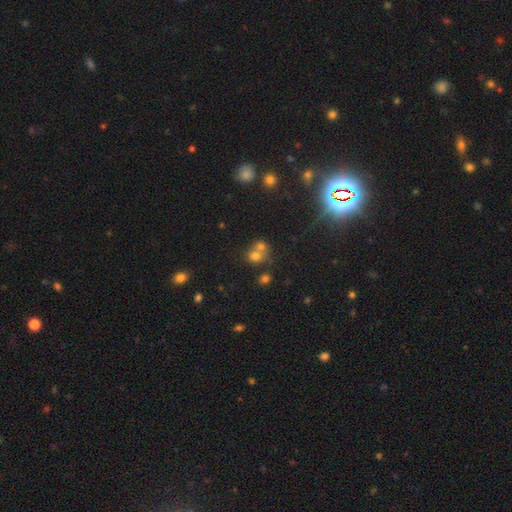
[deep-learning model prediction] smooth_or_featured: smooth (p=0.67) [alt: star or artifact p=0.18]
how_rounded: round (p=0.70) [alt: in between p=0.29]
merging: merger (p=0.56) [alt: none p=0.34]